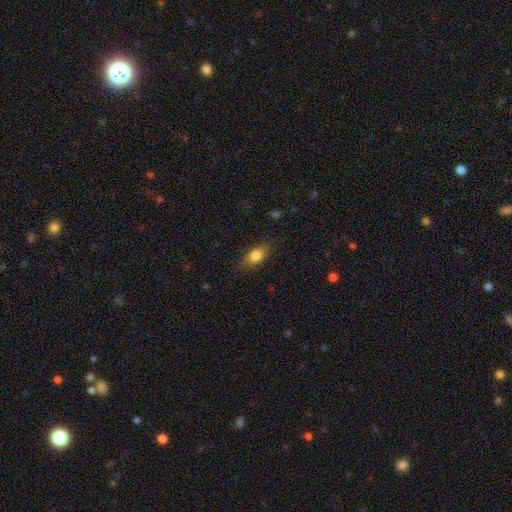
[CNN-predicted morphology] smooth-or-featured: smooth: 80% | featured or disk: 12% | star or artifact: 8%
  how-rounded: in between: 82% | cigar-shaped: 10% | round: 8%
  merging: none: 81% | minor disturbance: 14% | major disturbance: 4% | merger: 1%